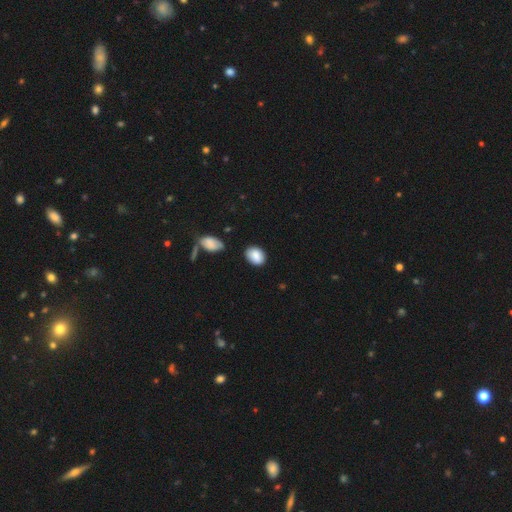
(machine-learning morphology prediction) type=smooth (87%); roundness=in between (71%); merging=none (73%).